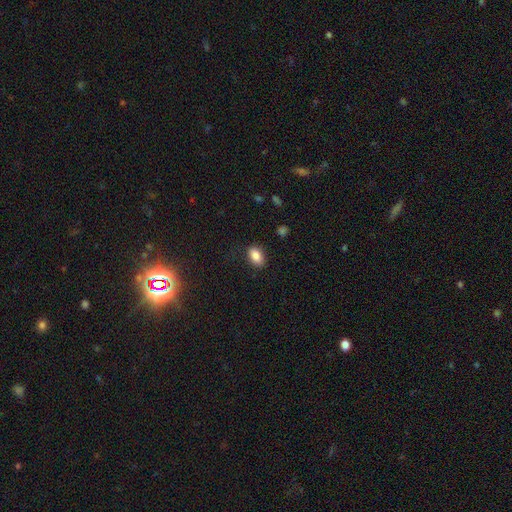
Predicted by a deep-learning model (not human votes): A smooth galaxy with no disk features (86%) that is in between round and cigar-shaped (88%). Merging: none (84%).